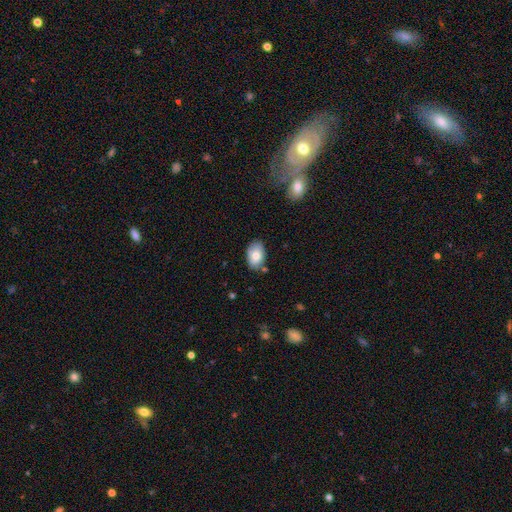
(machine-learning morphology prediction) Smooth or featured? smooth (78%)
How rounded? in between (90%)
Merging? none (75%)